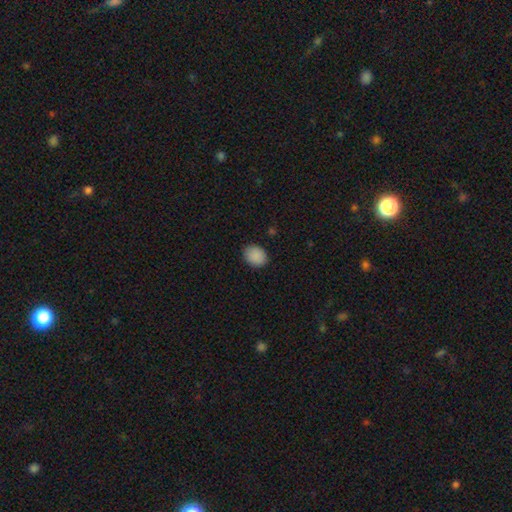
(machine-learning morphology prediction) This is clearly a smooth galaxy (89%). How rounded: possibly in between (51%). Merging: clearly none (85%).